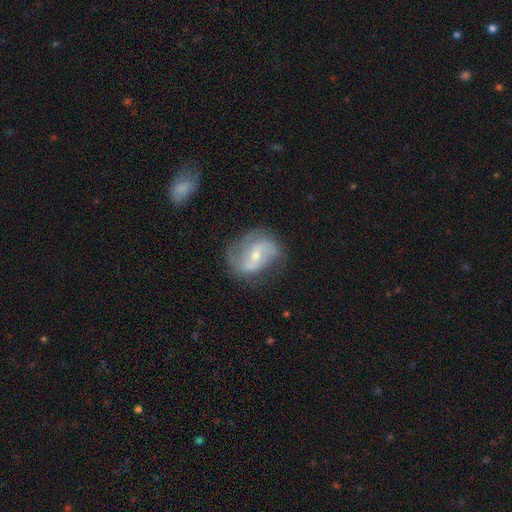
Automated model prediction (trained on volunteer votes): This is likely a featured or disk galaxy (77%). It is clearly not viewed edge-on (97%). Bar: marginally weak (45%). Spiral arm pattern: clearly yes (89%). Spiral arm count: likely 2 (77%). Spiral winding: marginally loose (43%). Central bulge: possibly small (59%). Merging: likely none (64%).